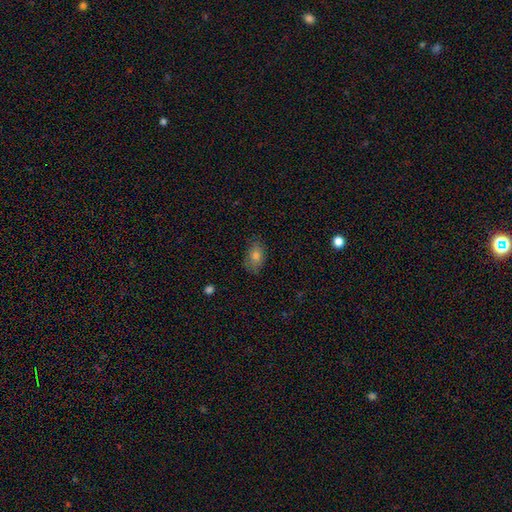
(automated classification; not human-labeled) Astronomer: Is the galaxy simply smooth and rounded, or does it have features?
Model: smooth — 73%.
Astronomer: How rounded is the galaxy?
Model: in between — 86%.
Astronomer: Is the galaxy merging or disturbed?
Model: none — 78%.